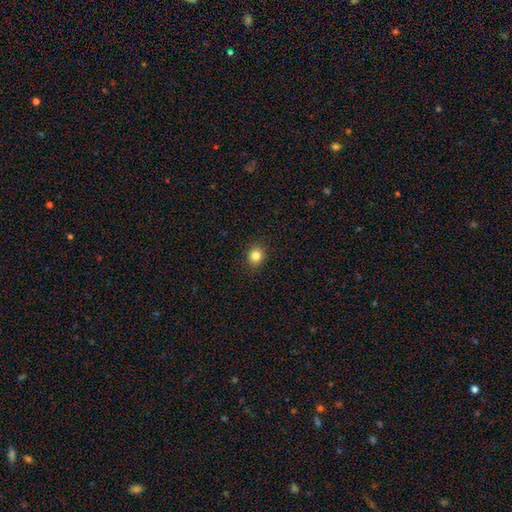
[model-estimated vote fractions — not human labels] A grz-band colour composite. It shows a smooth galaxy with no disk features (83%) that is round (77%). Merging: none (90%).